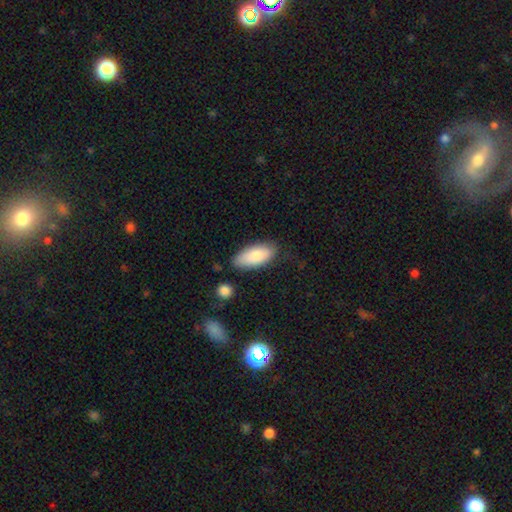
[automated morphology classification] Smooth or featured? smooth (83%)
How rounded? in between (89%)
Merging? none (76%)